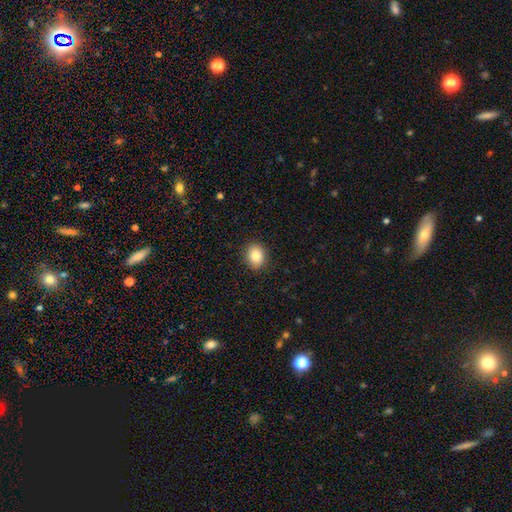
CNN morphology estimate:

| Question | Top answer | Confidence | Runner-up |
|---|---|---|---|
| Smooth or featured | smooth | 86% | star or artifact (8%) |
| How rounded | in between | 52% | round (47%) |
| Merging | none | 89% | minor disturbance (8%) |